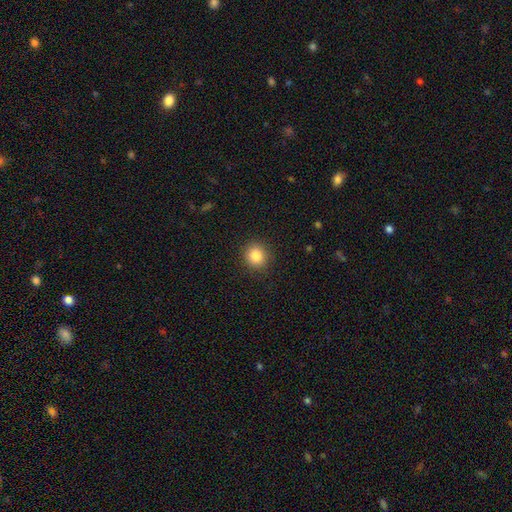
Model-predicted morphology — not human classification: This is clearly a smooth galaxy (85%). How rounded: clearly round (86%). Merging: clearly none (90%).